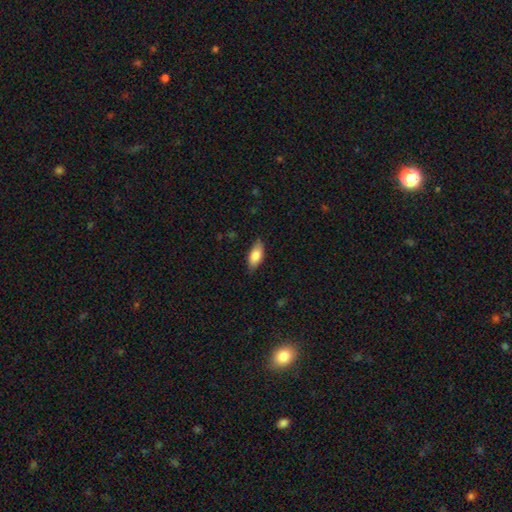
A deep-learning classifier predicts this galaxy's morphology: A smooth galaxy with no disk features (79%) that is in between round and cigar-shaped (86%).

Vote fractions:
- Smooth or featured? smooth: 79% / featured or disk: 14% / star or artifact: 6%
- How rounded? in between: 86% / cigar-shaped: 11% / round: 3%
- Merging? none: 80% / minor disturbance: 16% / major disturbance: 3% / merger: 1%